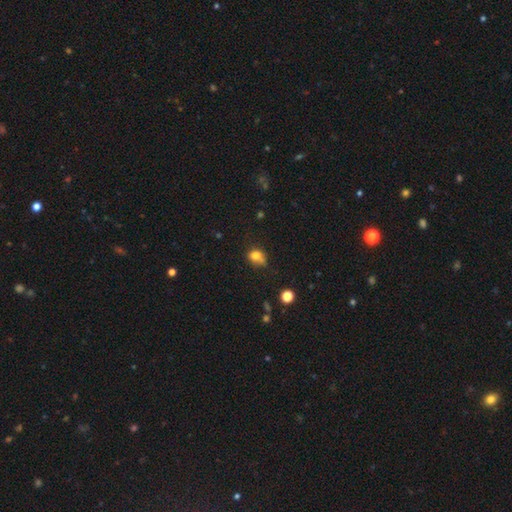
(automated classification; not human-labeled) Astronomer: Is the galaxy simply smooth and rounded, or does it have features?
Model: smooth — 76%.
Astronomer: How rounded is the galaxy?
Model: round — 58% (runner-up: in between, 41%).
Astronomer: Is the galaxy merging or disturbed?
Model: none — 42% (runner-up: minor disturbance, 31%).